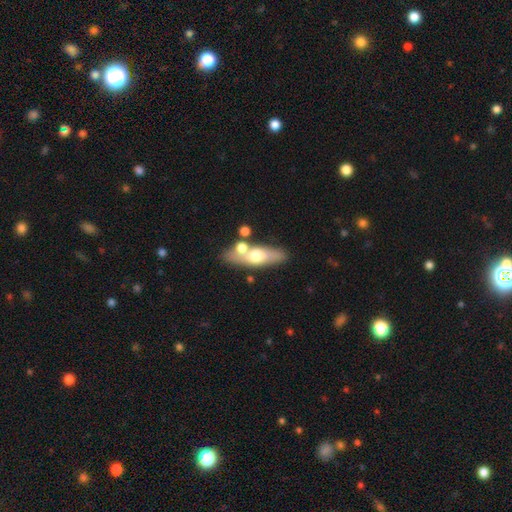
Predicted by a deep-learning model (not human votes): Q: Smooth or featured?
A: smooth (52%); runner-up: featured or disk (41%)
Q: How rounded?
A: cigar-shaped (49%); runner-up: in between (46%)
Q: Merging?
A: none (63%); runner-up: merger (19%)